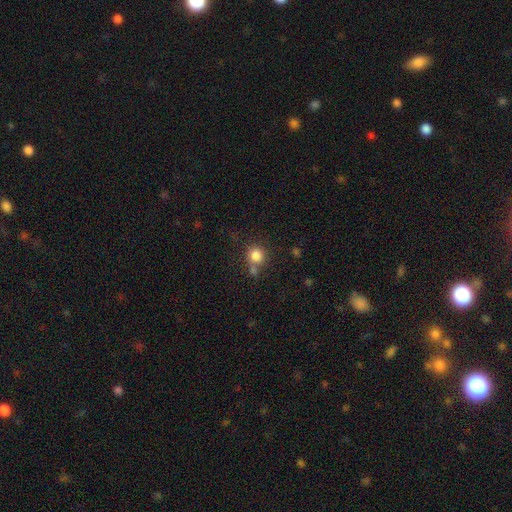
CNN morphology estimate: Smooth or featured?
  - smooth: 82% *
  - star or artifact: 11%
  - featured or disk: 6%
How rounded?
  - round: 90% *
  - in between: 9%
  - cigar-shaped: 1%
Merging?
  - none: 62% *
  - merger: 21%
  - minor disturbance: 12%
  - major disturbance: 5%